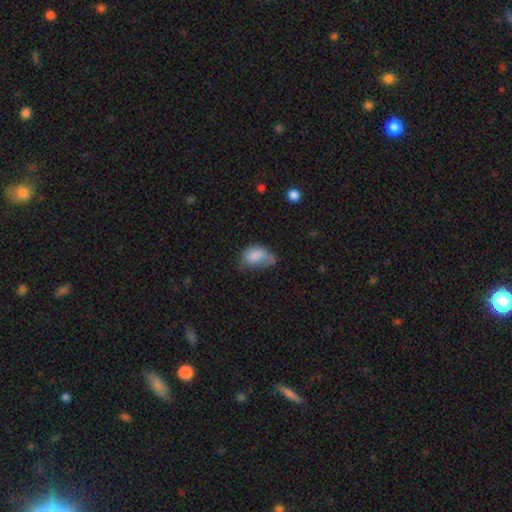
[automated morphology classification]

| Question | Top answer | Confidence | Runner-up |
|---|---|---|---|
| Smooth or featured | smooth | 76% | featured or disk (15%) |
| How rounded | in between | 85% | round (13%) |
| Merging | minor disturbance | 38% | major disturbance (29%) |